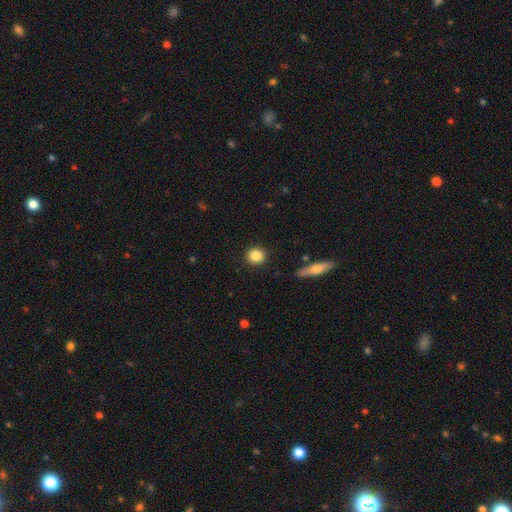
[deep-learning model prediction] Smooth or featured?
  - smooth: 85% *
  - star or artifact: 9%
  - featured or disk: 6%
How rounded?
  - round: 89% *
  - in between: 9%
  - cigar-shaped: 1%
Merging?
  - none: 91% *
  - minor disturbance: 6%
  - major disturbance: 2%
  - merger: 1%